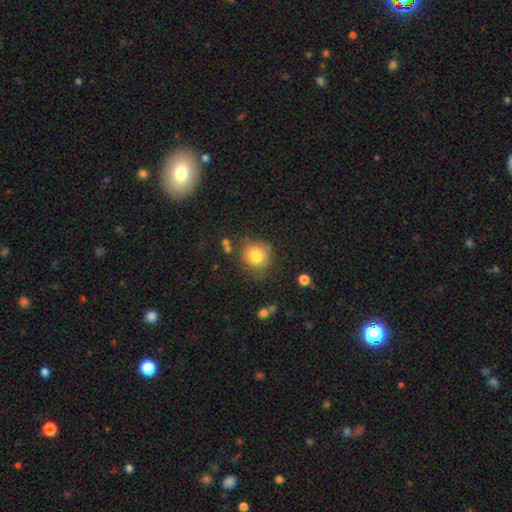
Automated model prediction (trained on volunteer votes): Morphology: type=smooth (82%); roundness=round (83%); merging=none (73%).